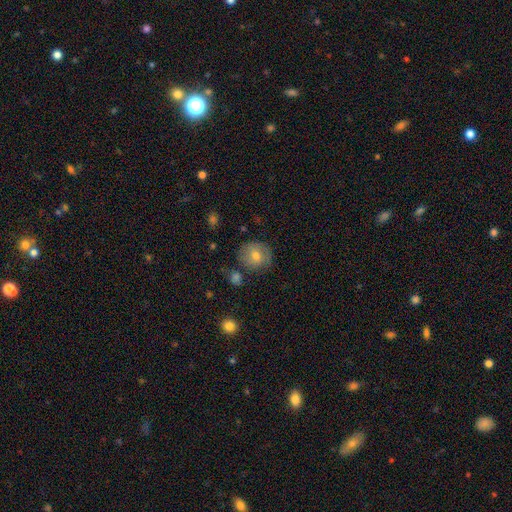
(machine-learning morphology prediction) This appears to be a smooth galaxy with no disk features (67%) that is round (85%). Merging: none (75%).